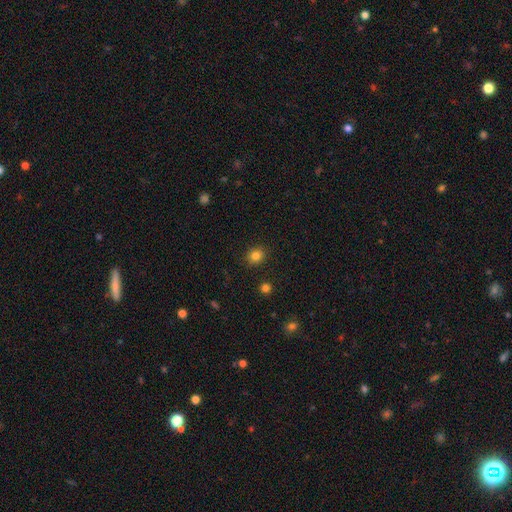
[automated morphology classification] Smooth or featured? smooth (83%)
How rounded? round (73%)
Merging? none (89%)